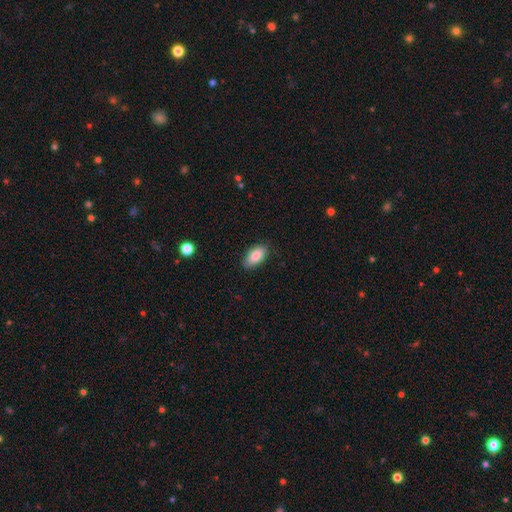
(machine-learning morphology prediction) A smooth galaxy with no disk features (87%) that is in between round and cigar-shaped (92%). Merging: none (84%).